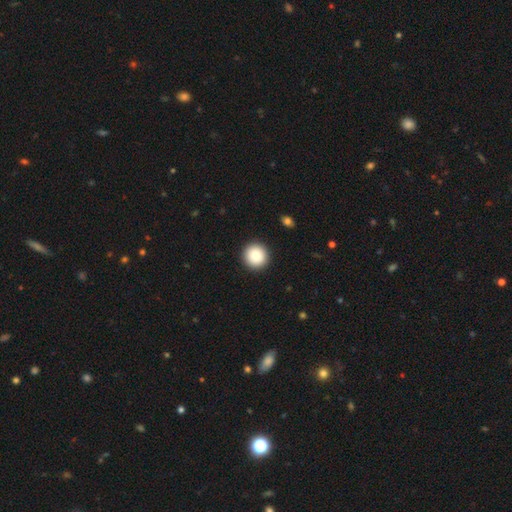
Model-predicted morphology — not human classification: Smooth or featured: smooth — 86% (star or artifact — 8%)
How rounded: round — 94% (in between — 5%)
Merging: none — 93% (minor disturbance — 5%)